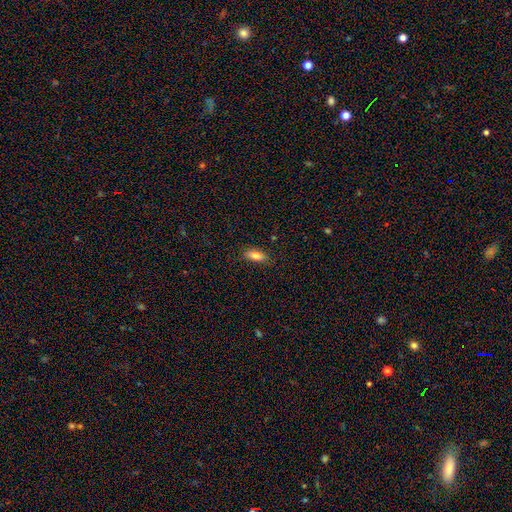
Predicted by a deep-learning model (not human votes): A smooth galaxy with no disk features (81%) that is in between round and cigar-shaped (75%).

Vote fractions:
- Smooth or featured? smooth: 81% / featured or disk: 11% / star or artifact: 8%
- How rounded? in between: 75% / cigar-shaped: 22% / round: 3%
- Merging? none: 82% / minor disturbance: 14% / major disturbance: 3% / merger: 1%